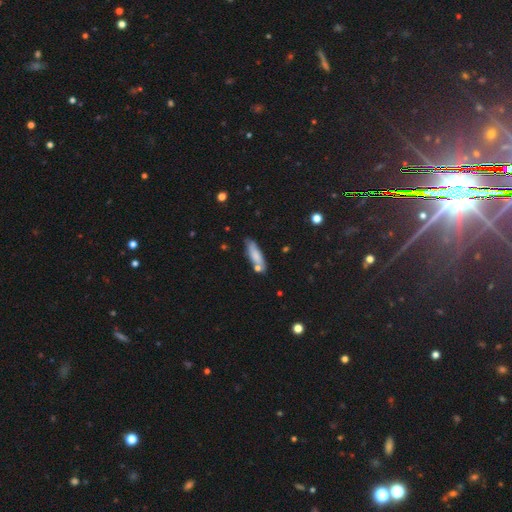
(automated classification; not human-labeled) smooth-or-featured: smooth: 76% | featured or disk: 17% | star or artifact: 7%
  how-rounded: cigar-shaped: 57% | in between: 42% | round: 2%
  merging: none: 68% | minor disturbance: 19% | merger: 10% | major disturbance: 4%